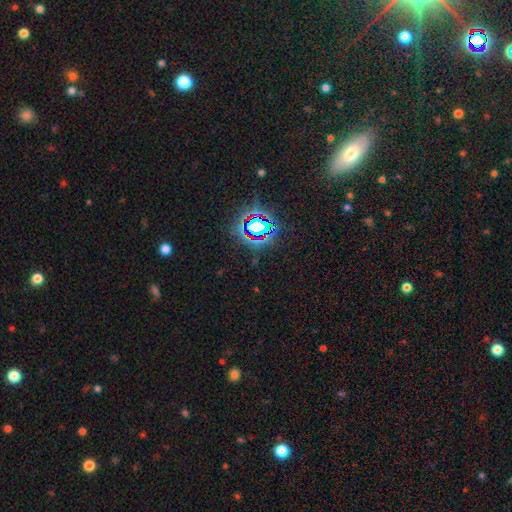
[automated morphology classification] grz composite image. It shows a star or artifact, not a galaxy (76%).